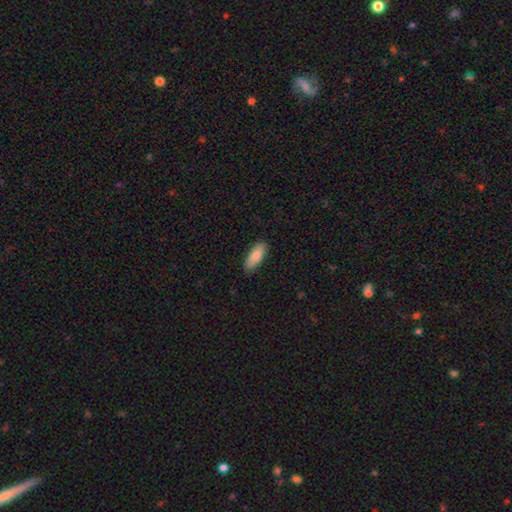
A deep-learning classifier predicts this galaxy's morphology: type=smooth (86%); roundness=in between (76%); merging=none (86%).